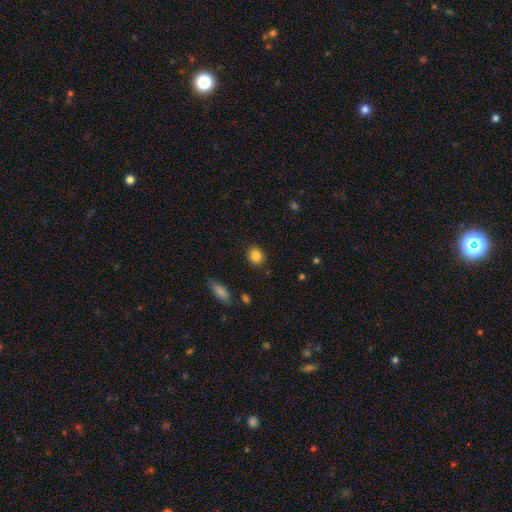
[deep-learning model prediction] Smooth or featured? Predicted: smooth (p=0.85). How rounded? Predicted: round (p=0.70). Merging? Predicted: none (p=0.88).